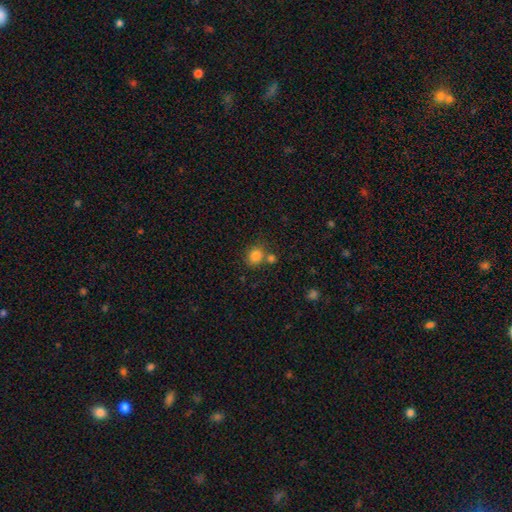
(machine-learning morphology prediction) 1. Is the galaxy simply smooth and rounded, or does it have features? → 83% smooth, 11% star or artifact, 6% featured or disk.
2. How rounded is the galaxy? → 73% round, 26% in between, 1% cigar-shaped.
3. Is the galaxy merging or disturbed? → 61% none, 24% merger, 11% minor disturbance, 4% major disturbance.